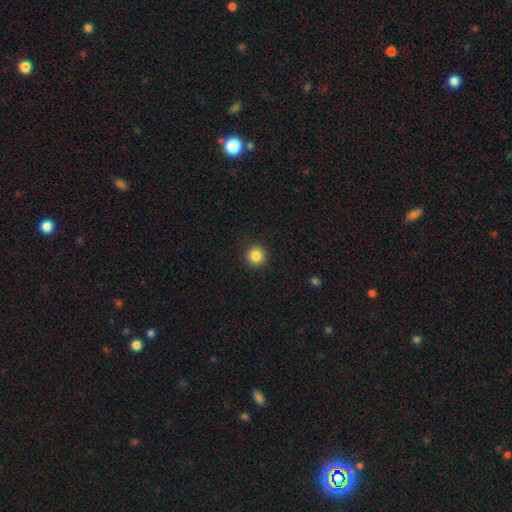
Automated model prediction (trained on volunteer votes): Smooth or featured? Predicted: smooth (p=0.86). How rounded? Predicted: round (p=0.94). Merging? Predicted: none (p=0.91).